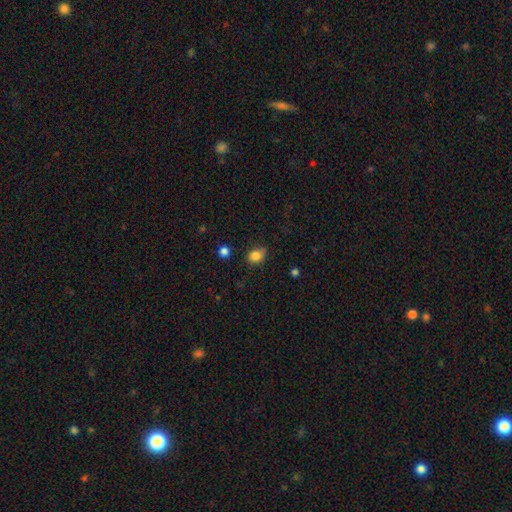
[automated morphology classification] A smooth galaxy with no disk features (84%) that is in between round and cigar-shaped (50%). Merging: none (71%).